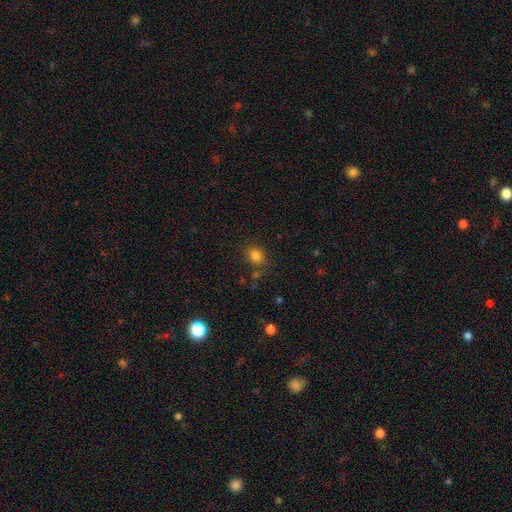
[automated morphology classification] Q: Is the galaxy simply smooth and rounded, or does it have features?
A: smooth — 81%.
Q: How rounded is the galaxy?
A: round — 71%.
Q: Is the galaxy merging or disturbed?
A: none — 79%.